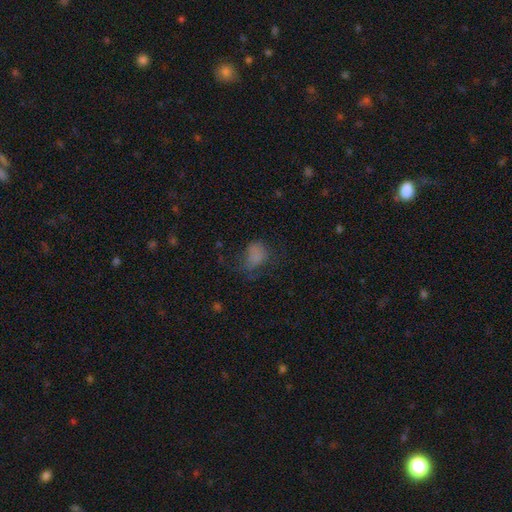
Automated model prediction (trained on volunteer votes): The model was most divided on "merging": major disturbance: 39%, none: 34%, minor disturbance: 24%, merger: 3%. More confident: how rounded — in between (68%); smooth or featured — smooth (66%).